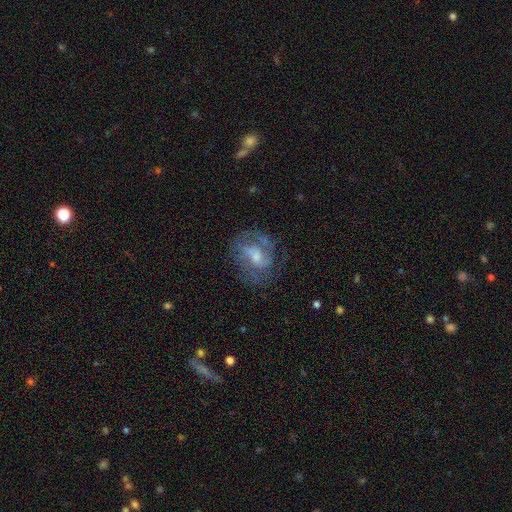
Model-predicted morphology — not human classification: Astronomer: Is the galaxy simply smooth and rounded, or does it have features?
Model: featured or disk — 72%.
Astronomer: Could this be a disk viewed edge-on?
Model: no — 97%.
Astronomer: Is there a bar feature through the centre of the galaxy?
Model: weak — 46% (runner-up: no, 40%).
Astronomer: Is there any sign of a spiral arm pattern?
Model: yes — 85%.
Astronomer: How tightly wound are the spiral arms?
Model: medium — 46% (runner-up: tight, 36%).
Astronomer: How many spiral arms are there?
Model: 2 — 47% (runner-up: can't tell, 27%).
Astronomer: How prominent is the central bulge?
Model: moderate — 43% (runner-up: small, 40%).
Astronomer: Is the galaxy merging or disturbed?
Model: none — 66%.